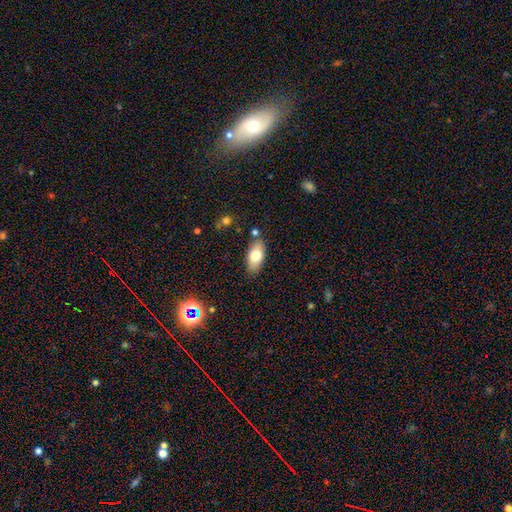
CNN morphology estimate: smooth 74%, featured or disk 19%, star or artifact 7%. Down the decision tree: how rounded — in between (90%); merging — none (82%).